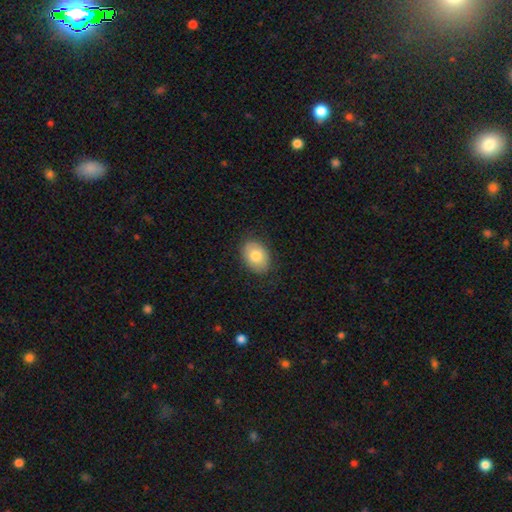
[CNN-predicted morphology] A smooth galaxy with no disk features (79%) that is in between round and cigar-shaped (74%). Merging: none (84%).